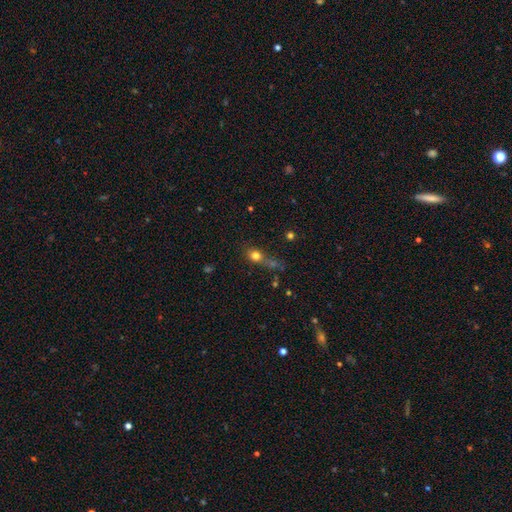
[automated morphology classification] Smooth or featured? Predicted: smooth (p=0.73). How rounded? Predicted: round (p=0.73). Merging? Predicted: none (p=0.48).